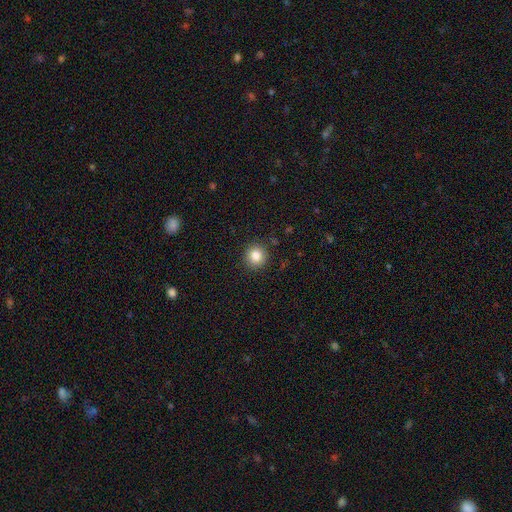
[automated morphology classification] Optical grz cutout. It shows a smooth galaxy with no disk features (84%) that is round (92%). Merging: none (90%).